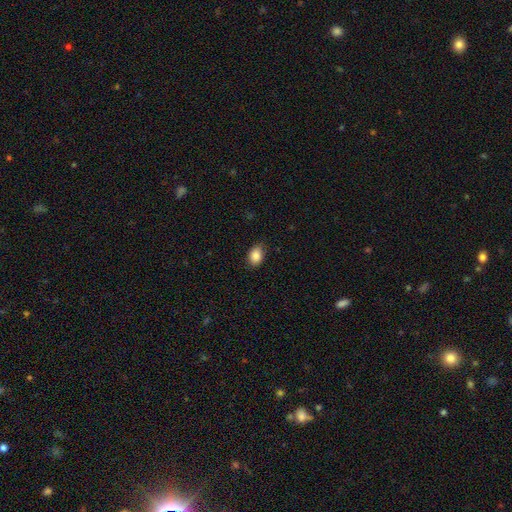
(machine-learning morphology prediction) Smooth or featured? smooth (87%)
How rounded? in between (76%)
Merging? none (81%)